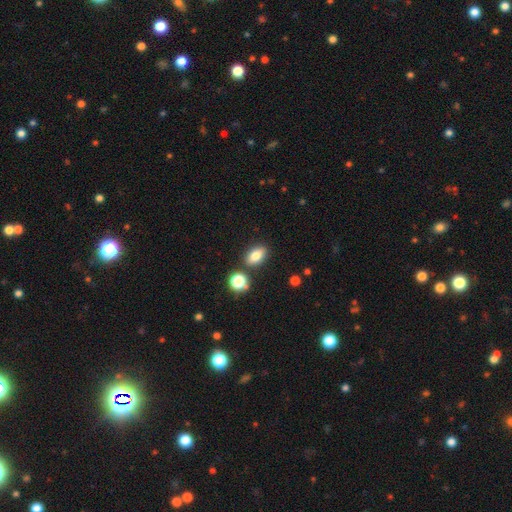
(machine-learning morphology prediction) type=smooth (80%); roundness=in between (83%); merging=none (81%).